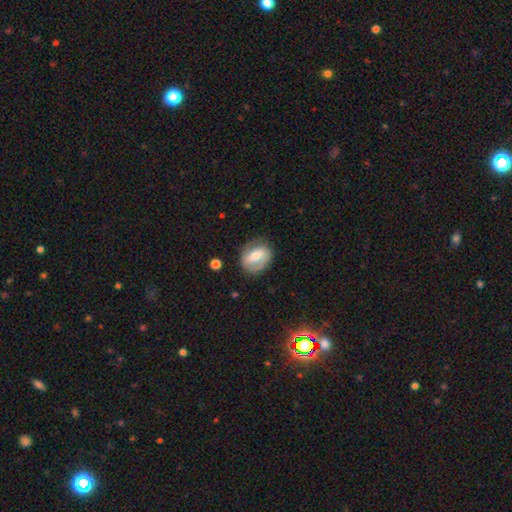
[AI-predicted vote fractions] Smooth or featured: featured or disk — 50% (smooth — 43%)
Merging: none — 73% (minor disturbance — 19%)